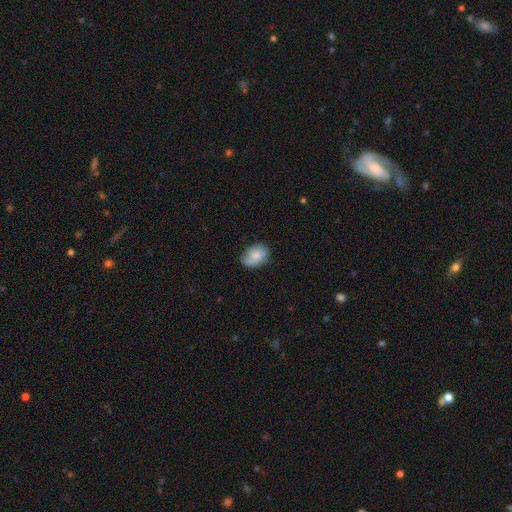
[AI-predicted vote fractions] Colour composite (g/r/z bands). It shows a smooth galaxy with no disk features (71%) that is in between round and cigar-shaped (74%). Merging: none (65%).